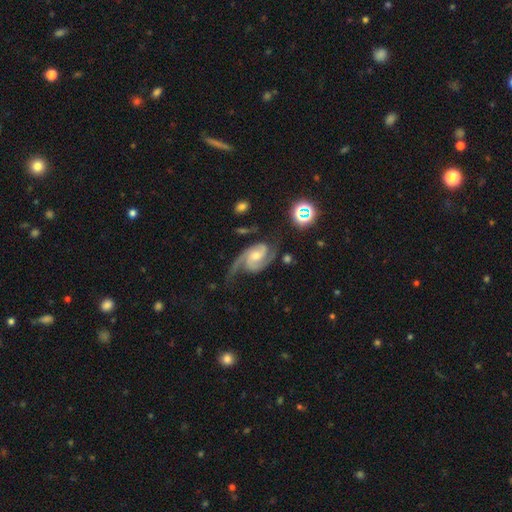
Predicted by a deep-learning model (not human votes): featured or disk 90%, star or artifact 6%, smooth 5%. Down the decision tree: edge-on disk — no (98%); bar — no (55%); spiral arms — yes (98%); spiral arm count — 2 (78%); spiral winding — medium (53%); bulge size — moderate (51%); merging — none (57%).